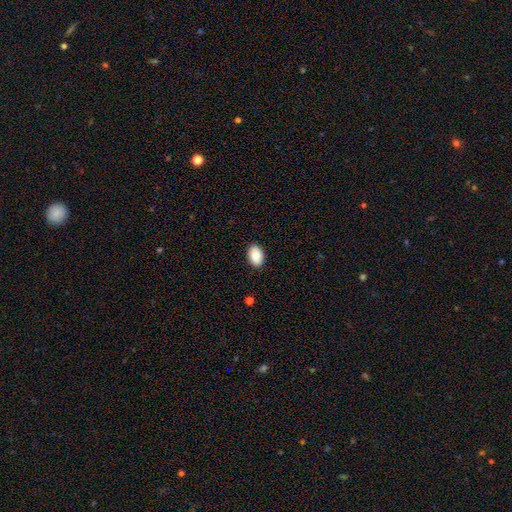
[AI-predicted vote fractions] A smooth galaxy with no disk features (84%) that is in between round and cigar-shaped (87%). Merging: none (90%).